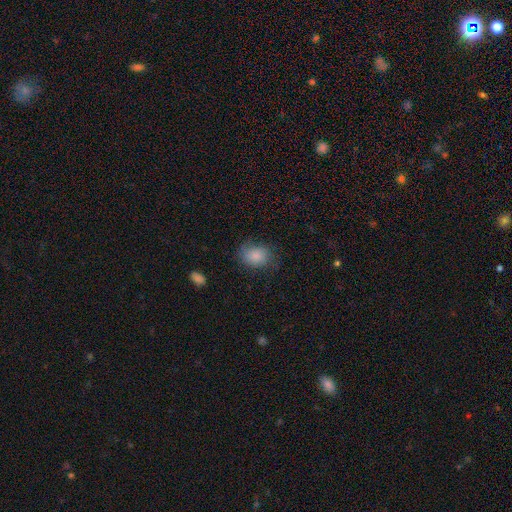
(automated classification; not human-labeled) Smooth or featured? smooth (81%)
How rounded? in between (61%)
Merging? none (64%)